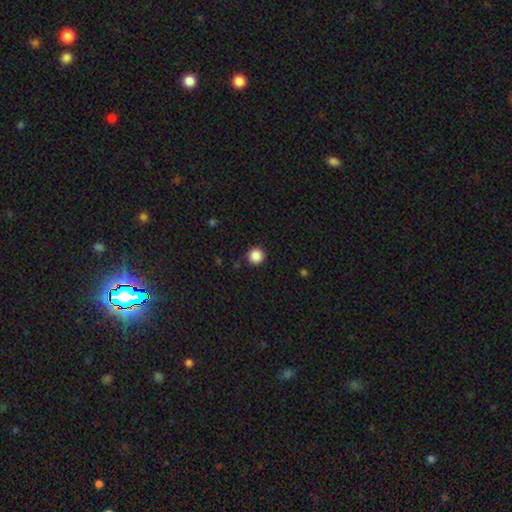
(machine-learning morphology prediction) smooth_or_featured: smooth (p=0.87) [alt: star or artifact p=0.10]
how_rounded: round (p=0.96) [alt: in between p=0.03]
merging: none (p=0.92) [alt: minor disturbance p=0.05]